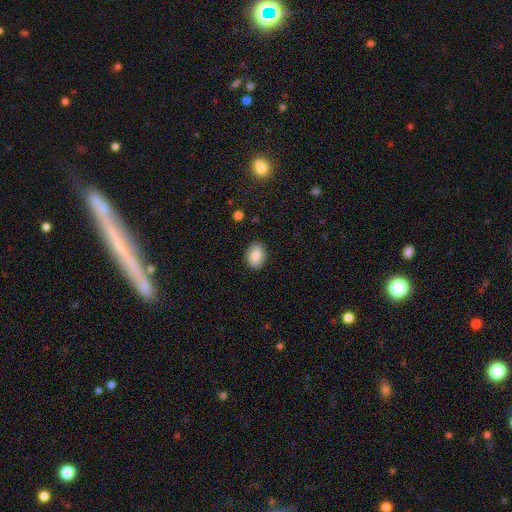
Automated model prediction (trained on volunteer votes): This appears to be a smooth galaxy with no disk features (85%) that is in between round and cigar-shaped (75%). Merging: none (88%).